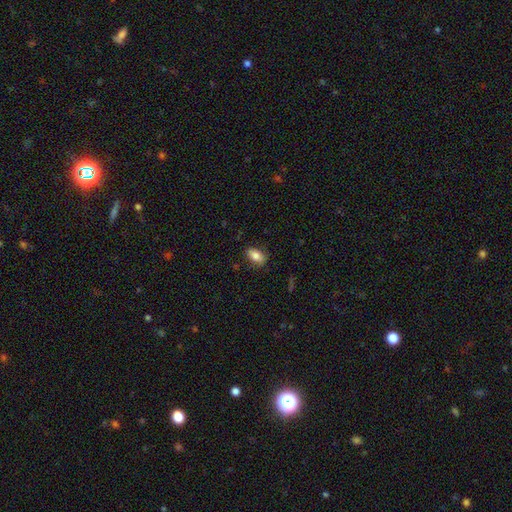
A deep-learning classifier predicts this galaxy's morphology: Smooth or featured? smooth (82%)
How rounded? in between (90%)
Merging? none (83%)